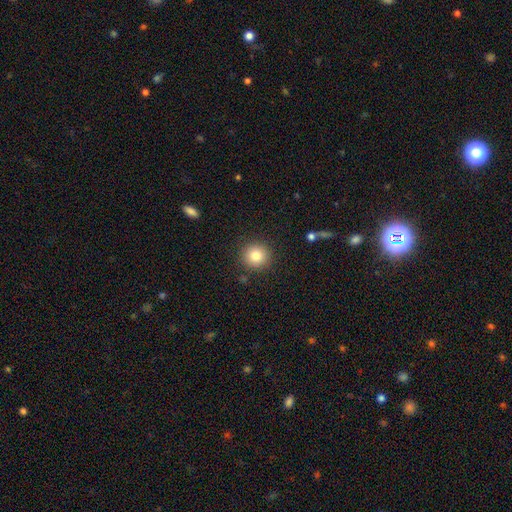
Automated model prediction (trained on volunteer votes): The model was most divided on "smooth or featured": smooth: 81%, star or artifact: 11%, featured or disk: 8%. More confident: how rounded — round (93%); merging — none (89%).